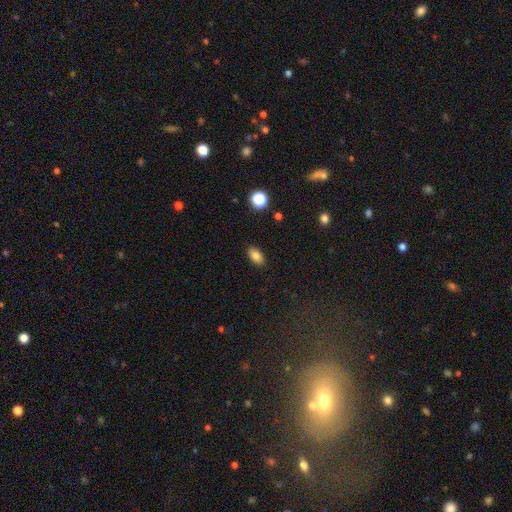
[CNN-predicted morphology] Smooth or featured: smooth — 83% (star or artifact — 10%)
How rounded: in between — 90% (round — 7%)
Merging: none — 88% (minor disturbance — 9%)